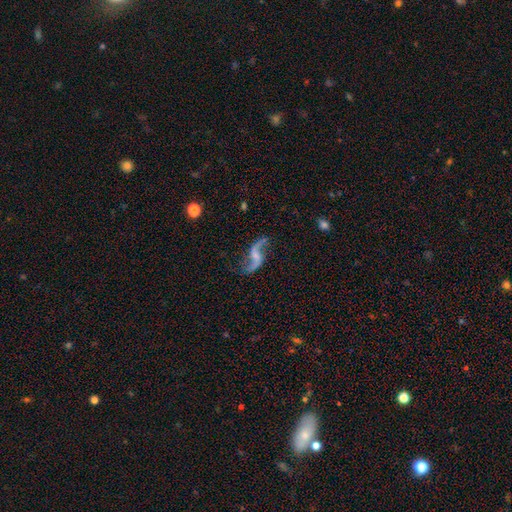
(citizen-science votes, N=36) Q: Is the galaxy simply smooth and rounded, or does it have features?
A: featured or disk — 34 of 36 (94%).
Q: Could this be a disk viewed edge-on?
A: no — 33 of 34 (97%).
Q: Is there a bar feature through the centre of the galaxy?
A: no — 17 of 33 (52%).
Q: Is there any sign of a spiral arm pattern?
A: yes — 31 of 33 (94%).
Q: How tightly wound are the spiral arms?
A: loose — 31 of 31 (100%).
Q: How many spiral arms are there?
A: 2 — 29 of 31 (94%).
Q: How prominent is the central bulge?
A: small — 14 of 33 (42%).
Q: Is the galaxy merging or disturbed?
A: none — 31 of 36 (86%).